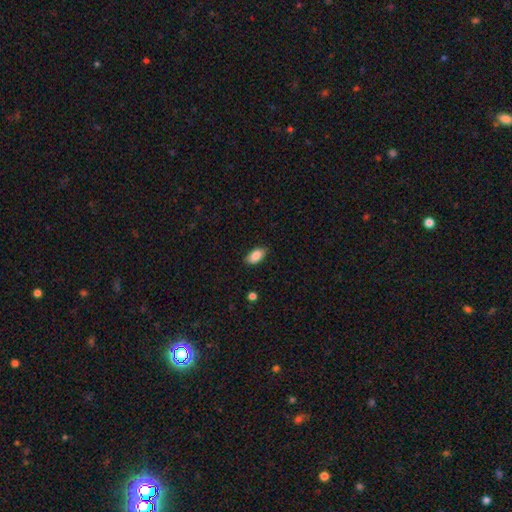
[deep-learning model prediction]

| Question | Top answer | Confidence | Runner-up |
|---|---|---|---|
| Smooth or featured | smooth | 88% | star or artifact (7%) |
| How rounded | in between | 93% | round (4%) |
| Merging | none | 83% | minor disturbance (13%) |